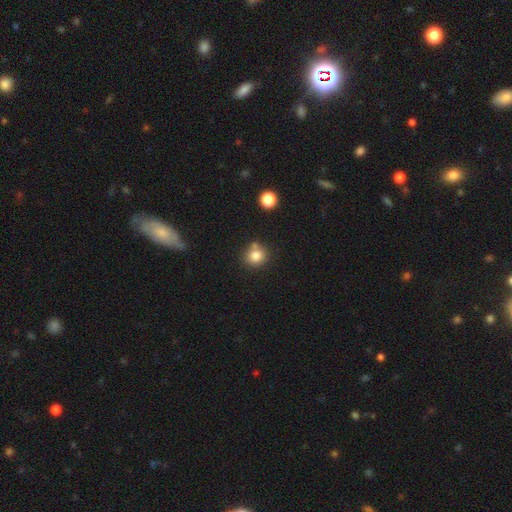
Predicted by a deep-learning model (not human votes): smooth_or_featured: smooth (p=0.81) [alt: star or artifact p=0.11]
how_rounded: round (p=0.87) [alt: in between p=0.12]
merging: none (p=0.67) [alt: merger p=0.17]